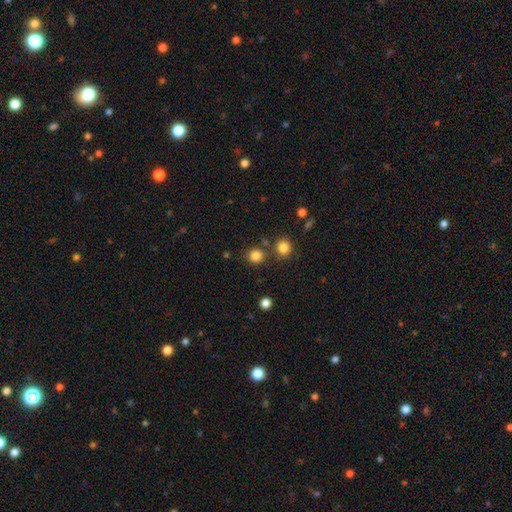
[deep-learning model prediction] smooth-or-featured: smooth: 83% | star or artifact: 13% | featured or disk: 4%
  how-rounded: round: 88% | in between: 11% | cigar-shaped: 1%
  merging: none: 79% | merger: 10% | minor disturbance: 8% | major disturbance: 3%